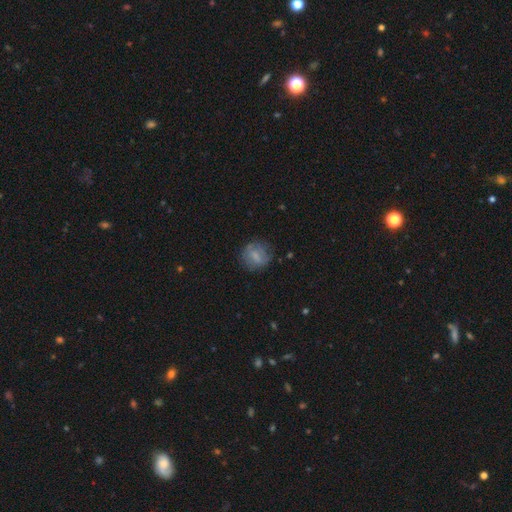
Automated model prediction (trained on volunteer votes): Smooth or featured? smooth (69%)
How rounded? round (80%)
Merging? none (74%)